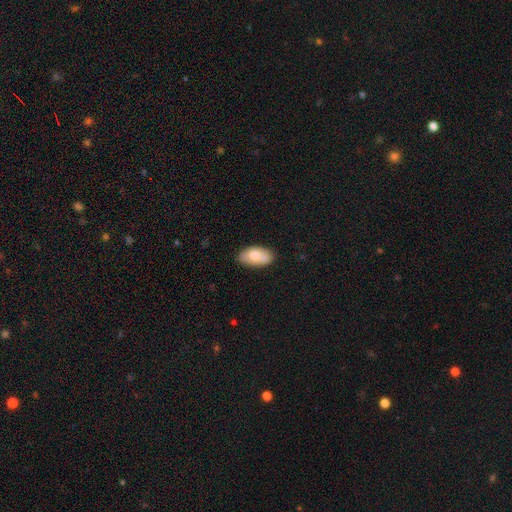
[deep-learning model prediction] Smooth or featured?
  - smooth: 75% *
  - featured or disk: 19%
  - star or artifact: 6%
How rounded?
  - in between: 94% *
  - round: 4%
  - cigar-shaped: 2%
Merging?
  - none: 68% *
  - minor disturbance: 19%
  - merger: 9%
  - major disturbance: 4%